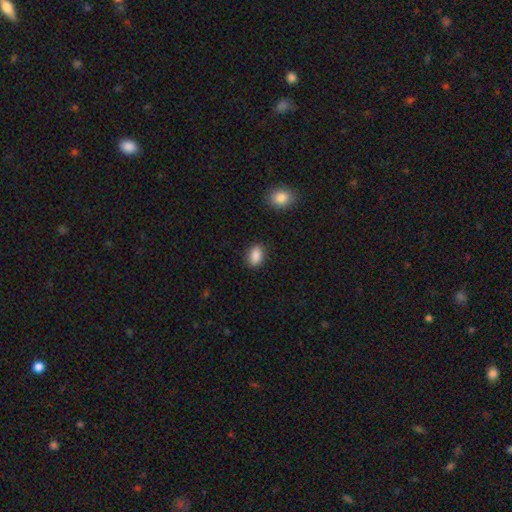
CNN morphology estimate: Overall: smooth (88%). How rounded: in between (85%). Merging: none (86%).